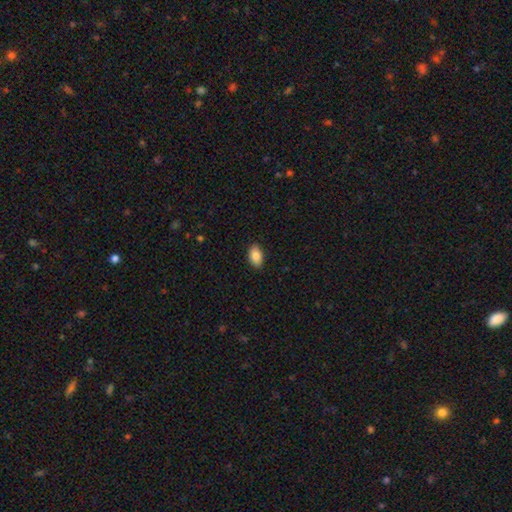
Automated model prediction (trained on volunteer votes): Overall: smooth (86%). How rounded: in between (91%). Merging: none (88%).